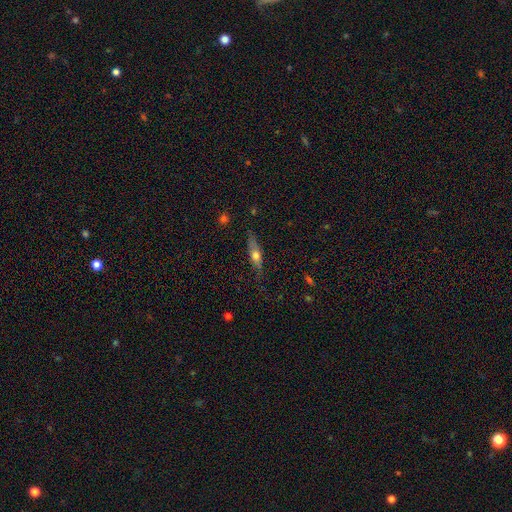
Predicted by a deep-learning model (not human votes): A smooth galaxy with no disk features (48%). Merging: none (75%).